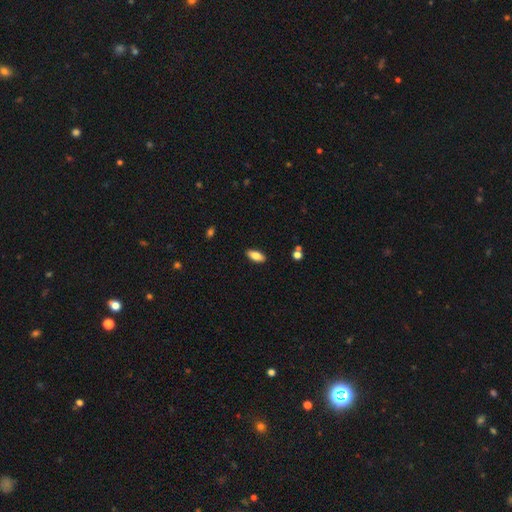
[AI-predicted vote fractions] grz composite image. It shows a smooth galaxy with no disk features (78%) that is in between round and cigar-shaped (84%). Merging: none (89%).